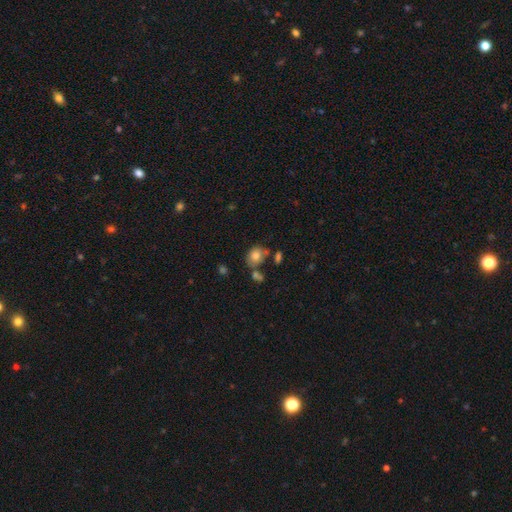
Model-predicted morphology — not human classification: smooth 78%, featured or disk 13%, star or artifact 9%. Down the decision tree: how rounded — in between (53%); merging — none (50%).